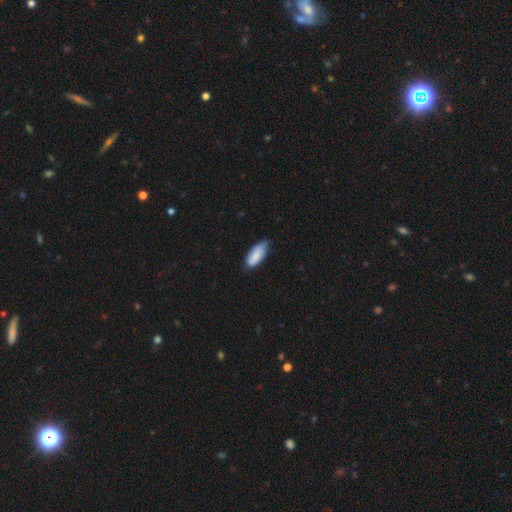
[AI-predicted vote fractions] This appears to be a smooth galaxy with no disk features (86%) that is in between round and cigar-shaped (80%). Merging: none (64%).